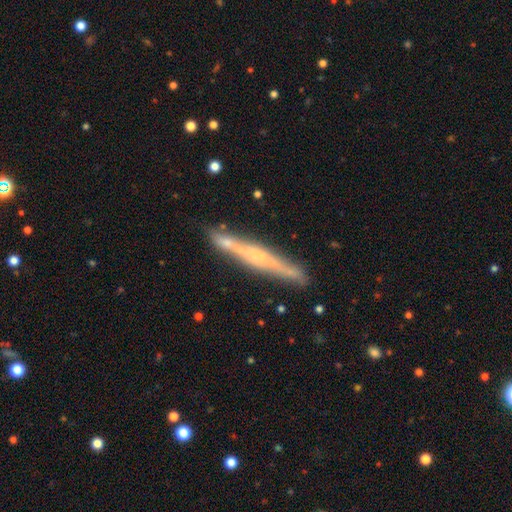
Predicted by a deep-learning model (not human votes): Smooth or featured? featured or disk (67%)
Edge-on disk? yes (96%)
Edge-on bulge? rounded (48%)
Merging? none (82%)